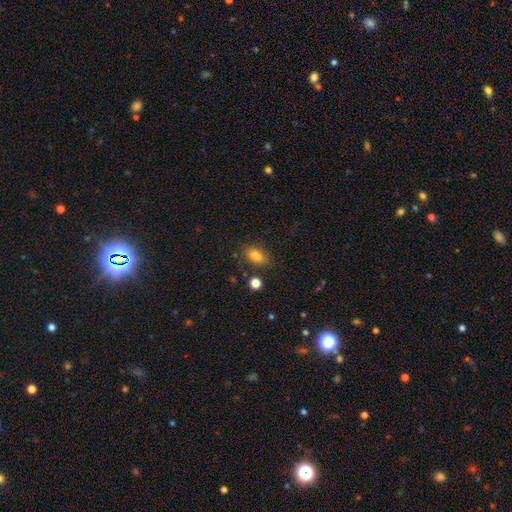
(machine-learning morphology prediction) Overall: smooth (81%). How rounded: in between (82%). Merging: none (79%).